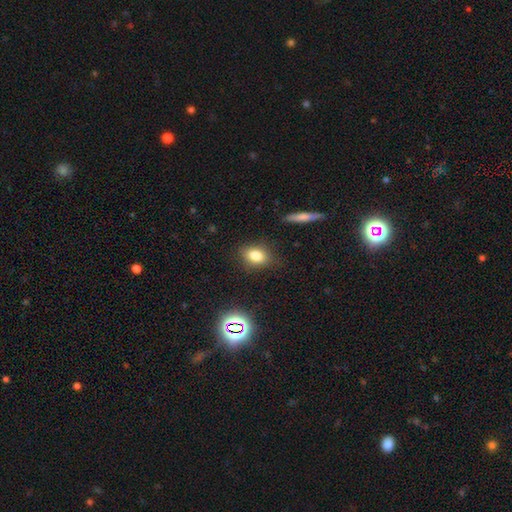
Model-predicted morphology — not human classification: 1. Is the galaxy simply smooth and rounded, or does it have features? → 79% smooth, 12% star or artifact, 8% featured or disk.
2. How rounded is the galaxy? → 72% in between, 26% round, 3% cigar-shaped.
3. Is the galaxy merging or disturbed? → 83% none, 12% minor disturbance, 3% major disturbance, 2% merger.